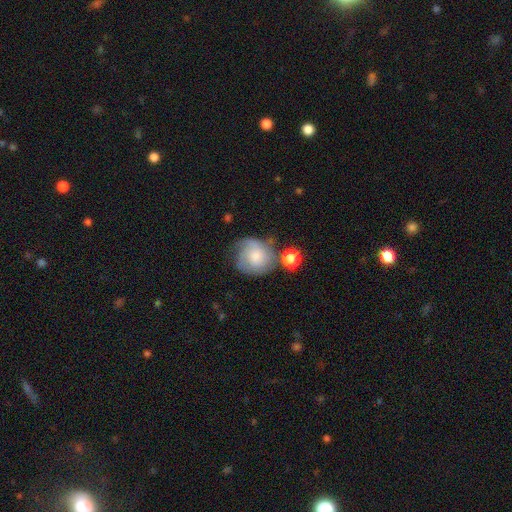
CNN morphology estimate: Smooth or featured: smooth — 59% (featured or disk — 32%)
How rounded: round — 85% (in between — 14%)
Merging: none — 50% (minor disturbance — 26%)